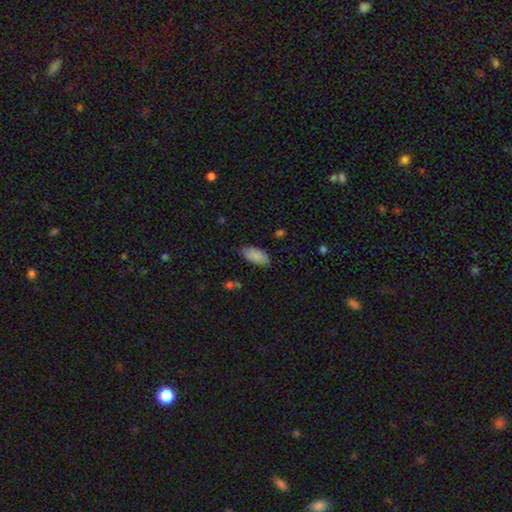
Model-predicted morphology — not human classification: smooth 87%, star or artifact 7%, featured or disk 6%. Down the decision tree: how rounded — in between (93%); merging — none (78%).